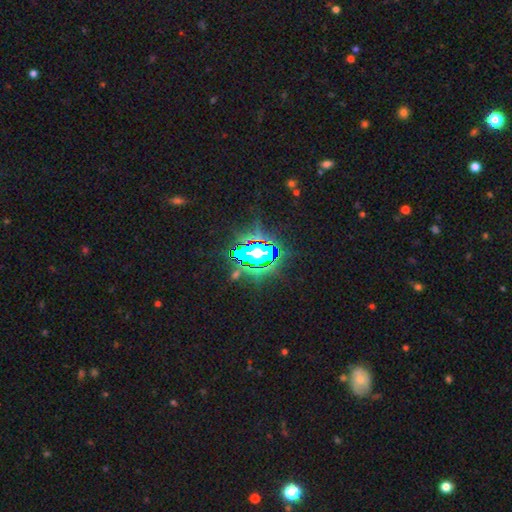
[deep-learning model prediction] Q: Smooth or featured?
A: star or artifact (72%); runner-up: smooth (15%)